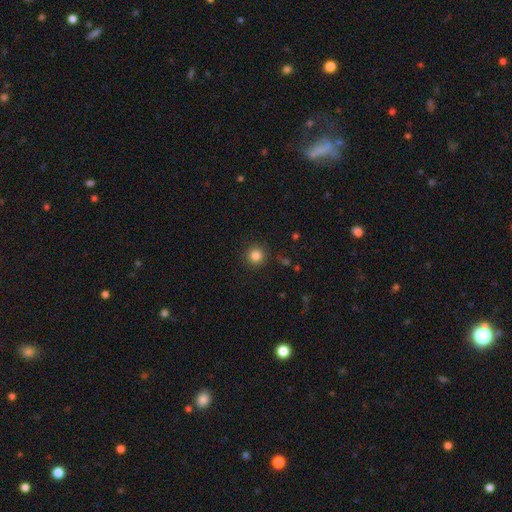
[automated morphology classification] Q: Smooth or featured?
A: smooth (83%); runner-up: star or artifact (12%)
Q: How rounded?
A: round (95%); runner-up: in between (4%)
Q: Merging?
A: none (91%); runner-up: minor disturbance (6%)